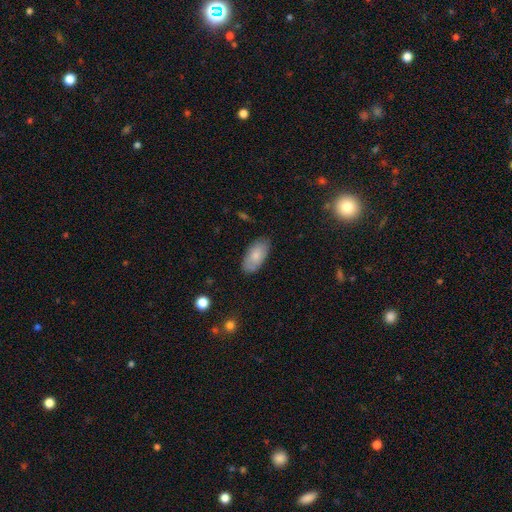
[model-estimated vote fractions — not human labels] smooth_or_featured: smooth (p=0.77) [alt: featured or disk p=0.17]
how_rounded: in between (p=0.94) [alt: cigar-shaped p=0.04]
merging: none (p=0.80) [alt: minor disturbance p=0.16]